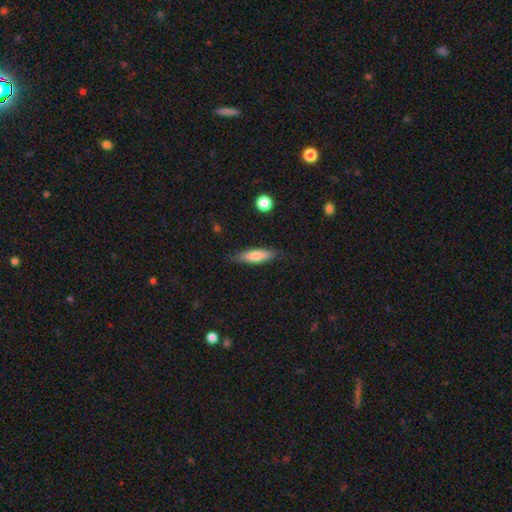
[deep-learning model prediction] Morphology: type=smooth (70%); roundness=cigar-shaped (58%); merging=none (78%).